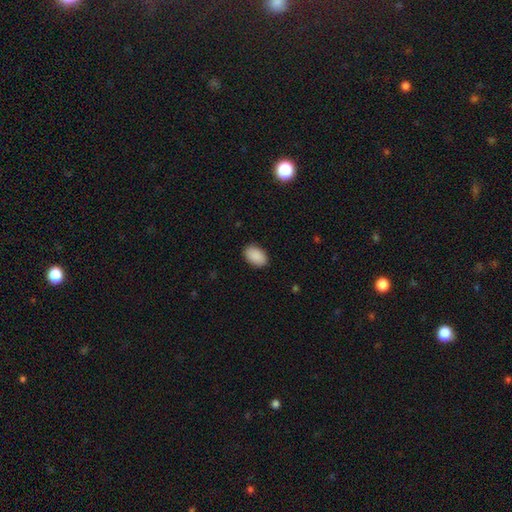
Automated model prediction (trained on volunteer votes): Smooth or featured?
  - smooth: 91% *
  - star or artifact: 7%
  - featured or disk: 3%
How rounded?
  - in between: 92% *
  - round: 7%
  - cigar-shaped: 1%
Merging?
  - none: 89% *
  - minor disturbance: 8%
  - major disturbance: 2%
  - merger: 1%